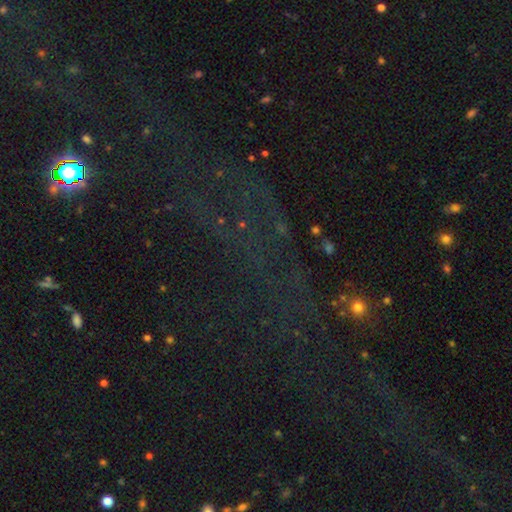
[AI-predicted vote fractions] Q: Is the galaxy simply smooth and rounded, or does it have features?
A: star or artifact — 69%.